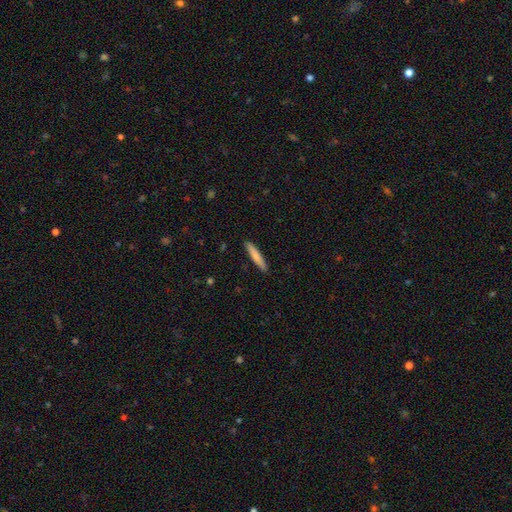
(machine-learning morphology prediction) This is likely a smooth galaxy (77%). How rounded: clearly cigar-shaped (93%). Merging: clearly none (90%).